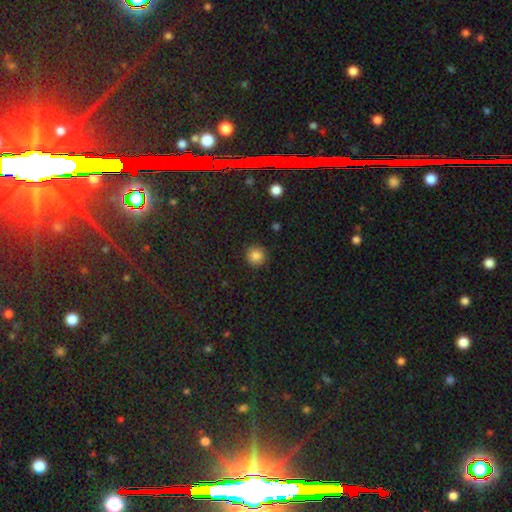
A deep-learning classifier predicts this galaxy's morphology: Smooth or featured?
  - smooth: 85% *
  - star or artifact: 11%
  - featured or disk: 4%
How rounded?
  - round: 94% *
  - in between: 5%
  - cigar-shaped: 1%
Merging?
  - none: 90% *
  - minor disturbance: 6%
  - major disturbance: 2%
  - merger: 1%